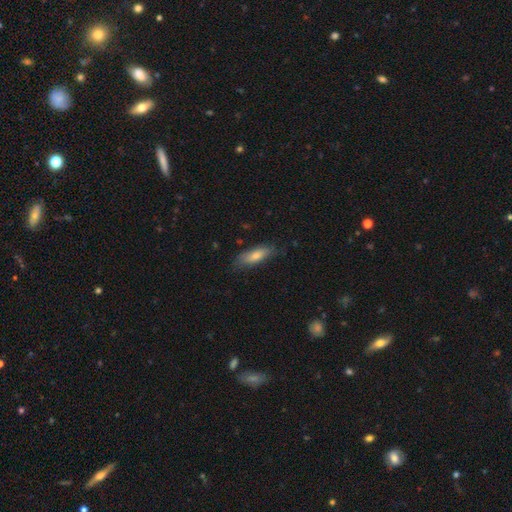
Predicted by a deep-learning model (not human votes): A smooth galaxy with no disk features (76%) that is in between round and cigar-shaped (55%). Merging: none (72%).